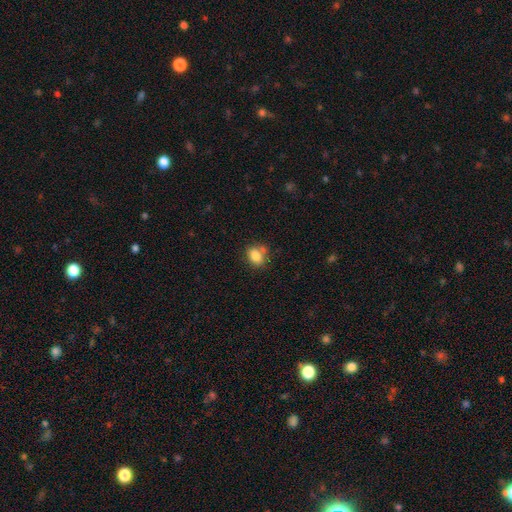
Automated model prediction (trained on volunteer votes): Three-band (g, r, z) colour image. It shows a smooth galaxy with no disk features (83%) that is in between round and cigar-shaped (59%). Merging: none (62%).